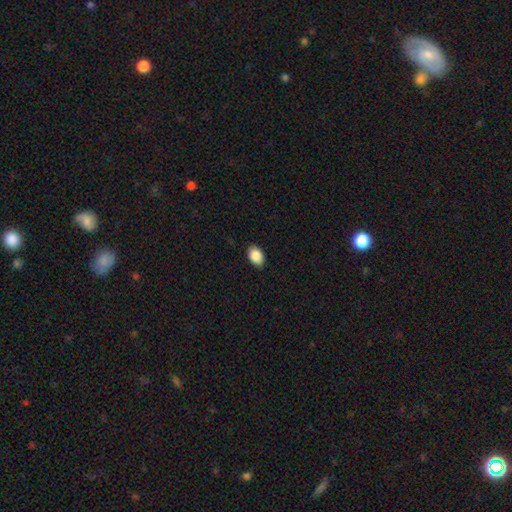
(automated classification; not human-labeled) Smooth or featured? smooth (88%)
How rounded? in between (86%)
Merging? none (88%)